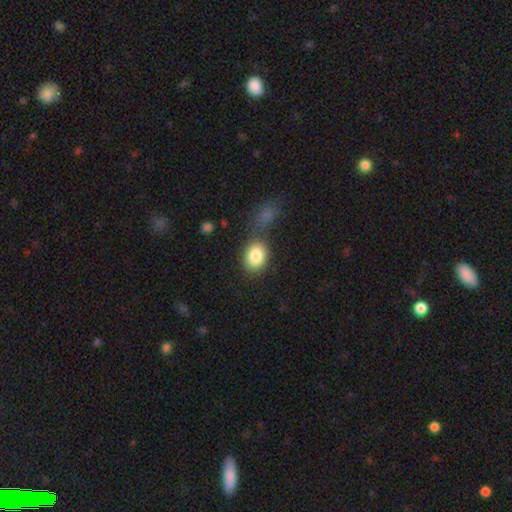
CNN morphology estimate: Overall: smooth (85%). How rounded: in between (66%; round 33%). Merging: none (64%).